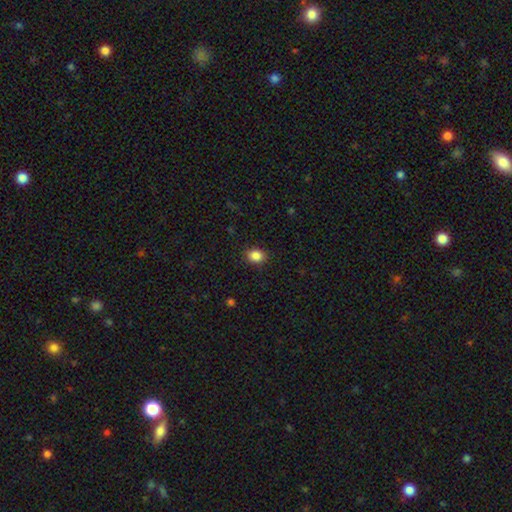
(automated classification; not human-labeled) A smooth galaxy with no disk features (87%) that is in between round and cigar-shaped (52%). Merging: none (89%).